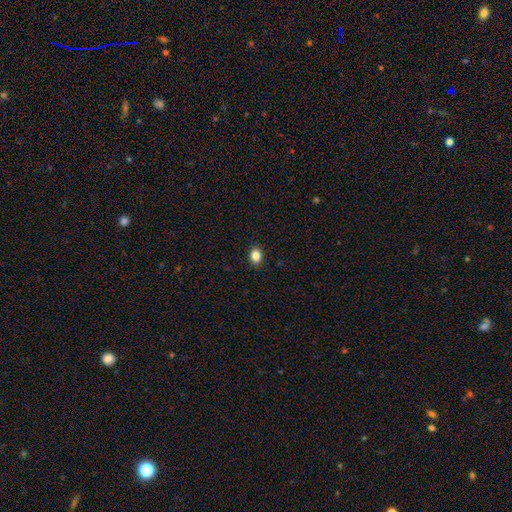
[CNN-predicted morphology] This is clearly a smooth galaxy (85%). How rounded: possibly in between (53%). Merging: clearly none (90%).